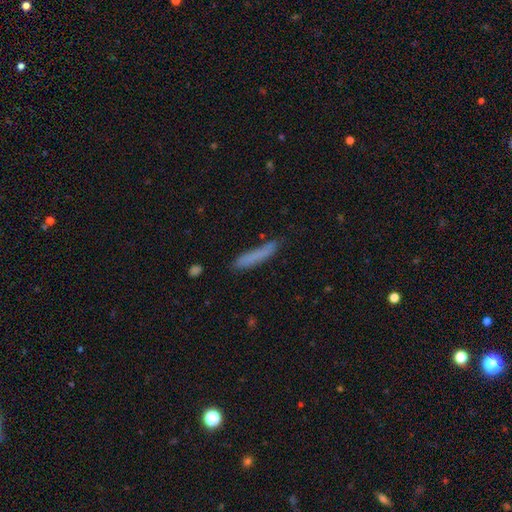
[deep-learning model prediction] Smooth or featured? smooth (78%)
How rounded? cigar-shaped (92%)
Merging? none (75%)